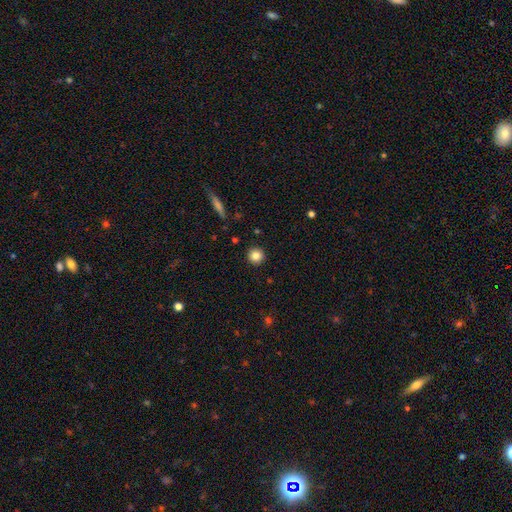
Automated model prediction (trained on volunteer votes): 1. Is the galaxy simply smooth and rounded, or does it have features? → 84% smooth, 10% star or artifact, 6% featured or disk.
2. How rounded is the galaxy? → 95% round, 4% in between, 1% cigar-shaped.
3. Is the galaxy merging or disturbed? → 92% none, 5% minor disturbance, 2% major disturbance, 1% merger.